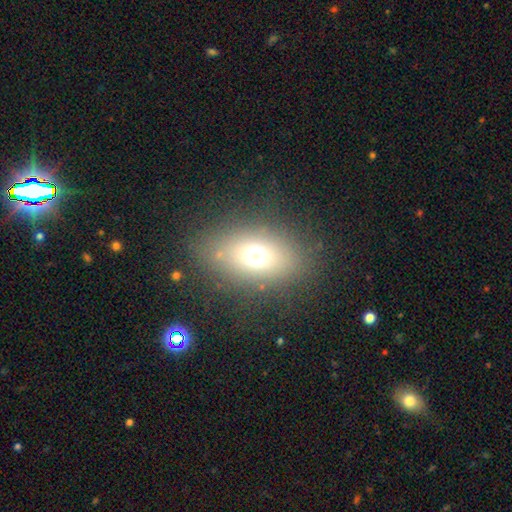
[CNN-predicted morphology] Q: Smooth or featured?
A: smooth (67%); runner-up: featured or disk (17%)
Q: How rounded?
A: in between (75%); runner-up: round (22%)
Q: Merging?
A: none (80%); runner-up: minor disturbance (12%)